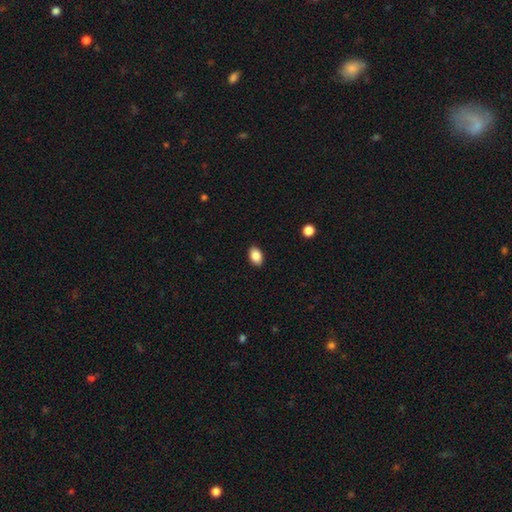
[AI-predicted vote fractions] Overall: smooth (87%). How rounded: in between (88%). Merging: none (89%).